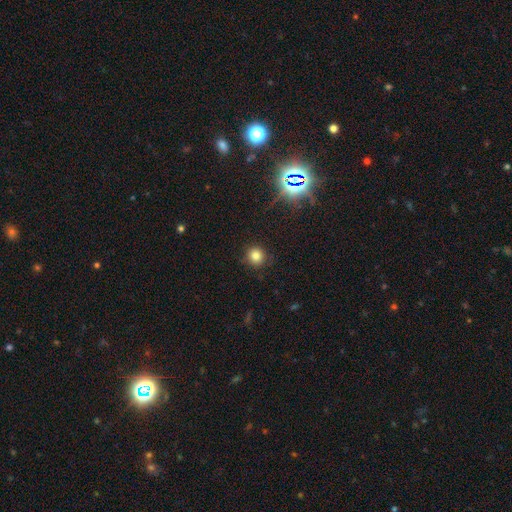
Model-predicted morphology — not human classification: Q: Smooth or featured?
A: smooth (80%); runner-up: star or artifact (14%)
Q: How rounded?
A: round (90%); runner-up: in between (9%)
Q: Merging?
A: none (88%); runner-up: minor disturbance (8%)